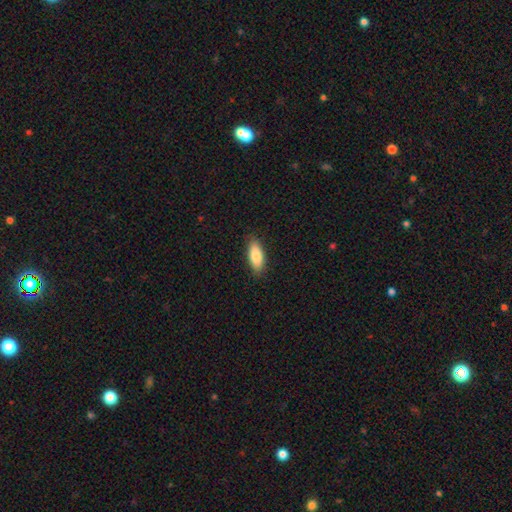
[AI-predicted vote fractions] Smooth or featured?
  - smooth: 84% *
  - featured or disk: 10%
  - star or artifact: 6%
How rounded?
  - in between: 78% *
  - cigar-shaped: 20%
  - round: 2%
Merging?
  - none: 87% *
  - minor disturbance: 10%
  - major disturbance: 2%
  - merger: 1%